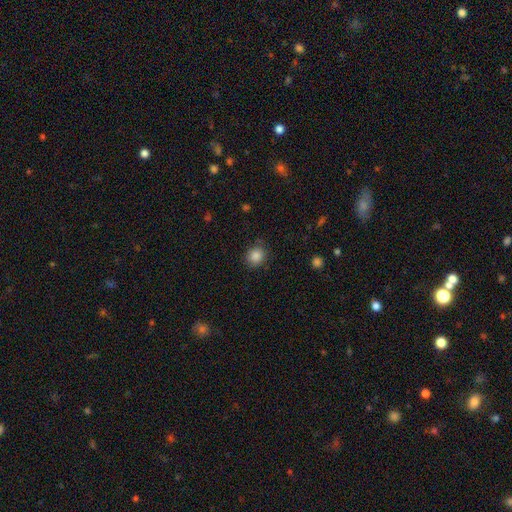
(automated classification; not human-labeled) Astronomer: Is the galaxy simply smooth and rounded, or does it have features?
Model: smooth — 86%.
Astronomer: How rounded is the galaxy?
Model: round — 80%.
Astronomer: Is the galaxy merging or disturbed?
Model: none — 83%.